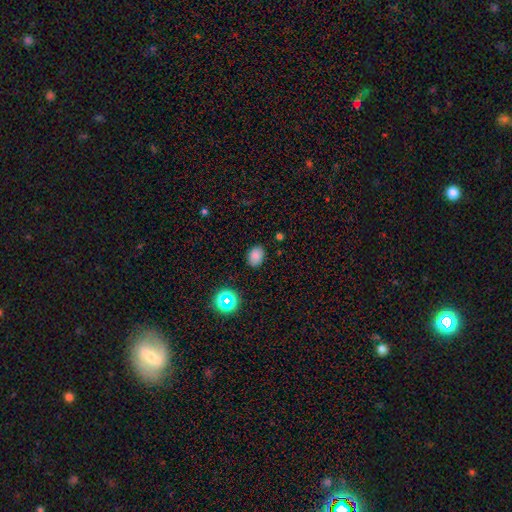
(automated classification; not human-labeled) Smooth or featured? Predicted: smooth (p=0.79). How rounded? Predicted: in between (p=0.70). Merging? Predicted: none (p=0.83).